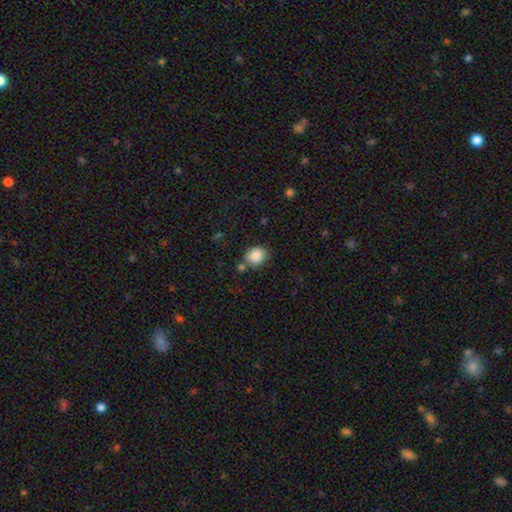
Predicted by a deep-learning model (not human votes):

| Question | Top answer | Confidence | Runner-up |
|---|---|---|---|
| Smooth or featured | smooth | 87% | star or artifact (8%) |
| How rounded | round | 54% | in between (45%) |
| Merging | none | 72% | minor disturbance (14%) |